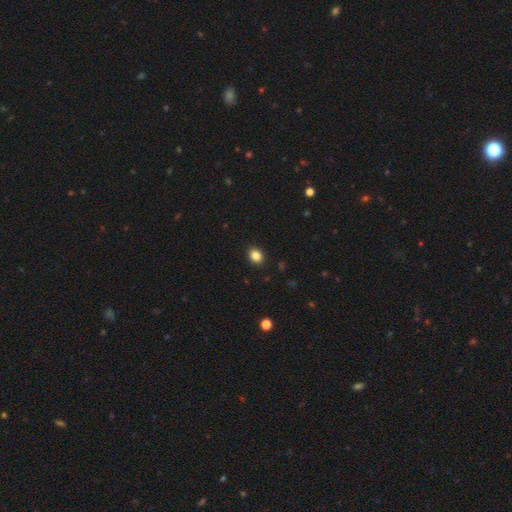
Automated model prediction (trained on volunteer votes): Smooth or featured?
  - smooth: 85% *
  - star or artifact: 10%
  - featured or disk: 4%
How rounded?
  - round: 51% *
  - in between: 48%
  - cigar-shaped: 1%
Merging?
  - none: 91% *
  - minor disturbance: 6%
  - major disturbance: 2%
  - merger: 1%